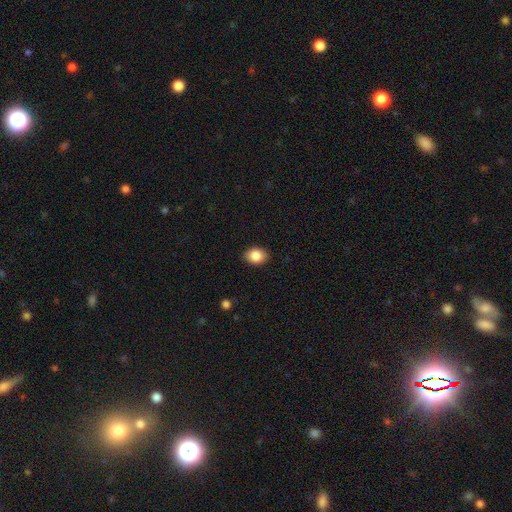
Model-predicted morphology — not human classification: Overall: smooth (86%). How rounded: in between (62%; round 38%). Merging: none (89%).